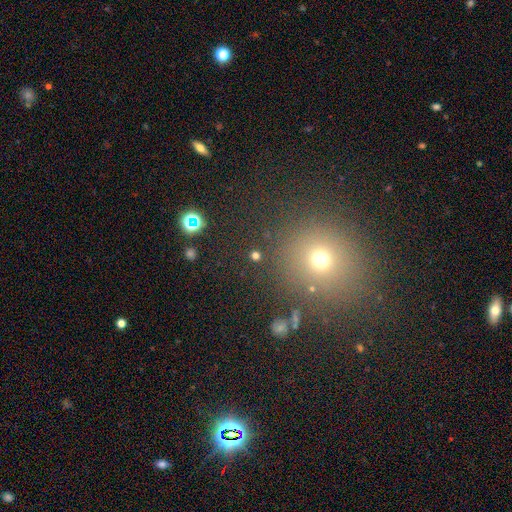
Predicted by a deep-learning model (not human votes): Smooth or featured: smooth — 67% (star or artifact — 27%)
How rounded: round — 90% (in between — 9%)
Merging: none — 87% (minor disturbance — 6%)